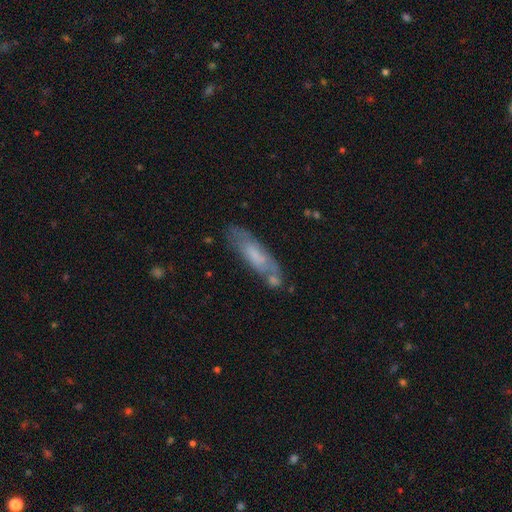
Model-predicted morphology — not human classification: A smooth galaxy with no disk features (52%) that is cigar-shaped (62%). Merging: none (59%).